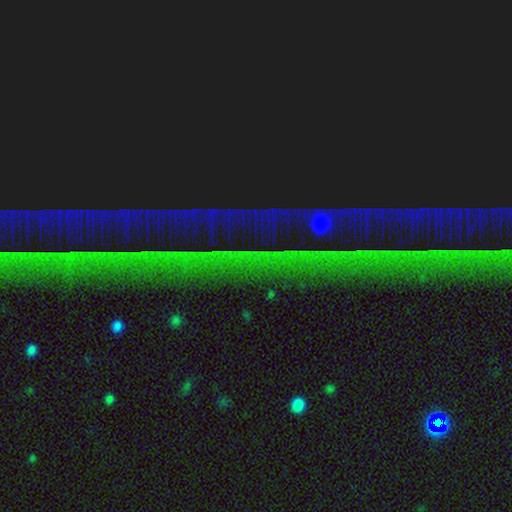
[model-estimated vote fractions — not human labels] This is clearly a star or artifact rather than a galaxy (87%).